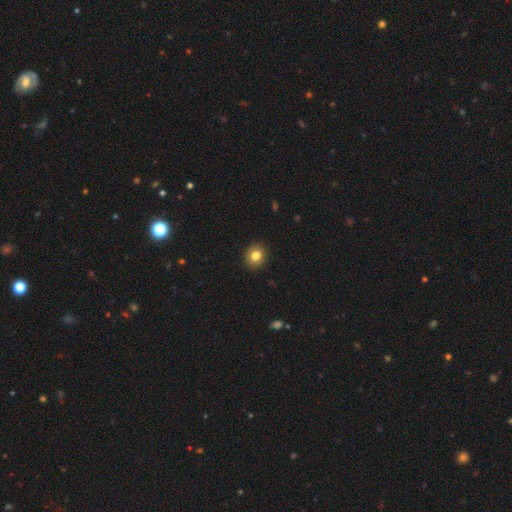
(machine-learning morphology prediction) A smooth galaxy with no disk features (82%) that is round (82%). Merging: none (91%).